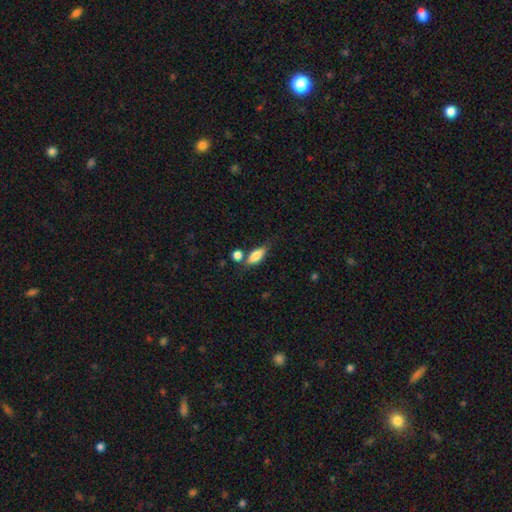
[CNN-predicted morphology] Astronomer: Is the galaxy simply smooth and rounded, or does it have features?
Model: smooth — 80%.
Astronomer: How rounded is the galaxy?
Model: in between — 76%.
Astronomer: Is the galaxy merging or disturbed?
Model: none — 59%.